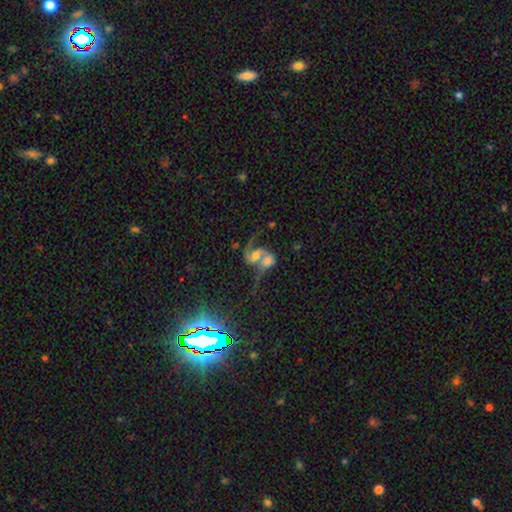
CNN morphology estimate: Overall: featured or disk (74%). Edge-on disk: no (97%). Bar: no (48%; weak 37%). Spiral arms: yes (91%). Spiral arm count: 2 (83%). Spiral winding: loose (60%; medium 32%). Bulge size: moderate (50%; small 23%). Merging: merger (68%).